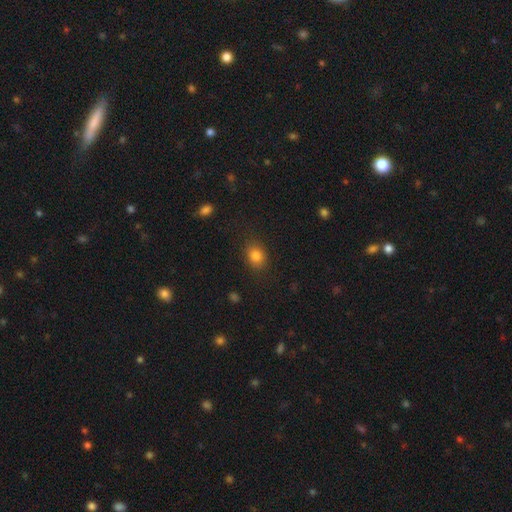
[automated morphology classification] smooth-or-featured: smooth: 83% | star or artifact: 11% | featured or disk: 6%
  how-rounded: in between: 51% | round: 48% | cigar-shaped: 1%
  merging: none: 84% | minor disturbance: 11% | major disturbance: 4% | merger: 1%